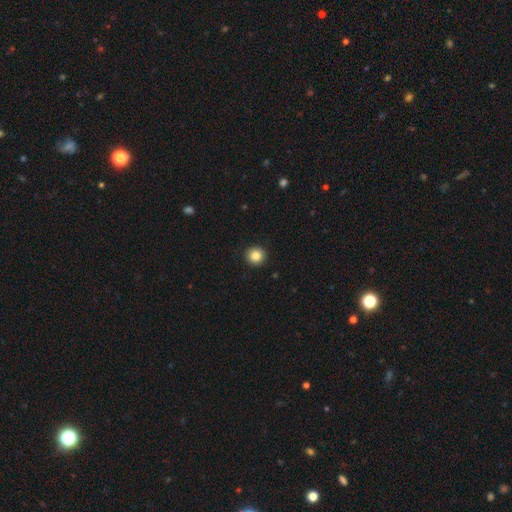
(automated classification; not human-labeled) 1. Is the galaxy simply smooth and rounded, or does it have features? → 85% smooth, 10% star or artifact, 5% featured or disk.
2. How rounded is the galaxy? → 95% round, 4% in between, 1% cigar-shaped.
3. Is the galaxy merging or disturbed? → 93% none, 4% minor disturbance, 1% major disturbance, 1% merger.